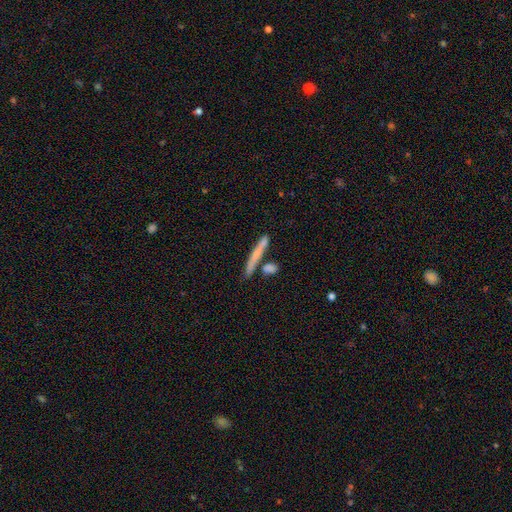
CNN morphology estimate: Smooth or featured? smooth (65%)
How rounded? cigar-shaped (92%)
Merging? none (67%)